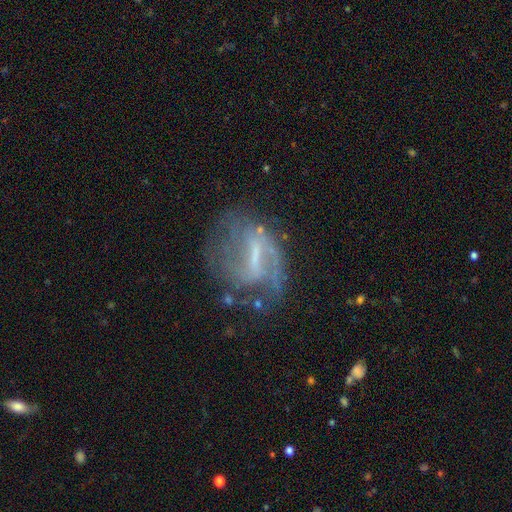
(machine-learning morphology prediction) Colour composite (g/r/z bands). It shows a featured or disk galaxy (78%) with a strong bar (52%), 2 (46%) medium (41%) spiral arms (77%) and a small central bulge (37%). Merging: none (51%).